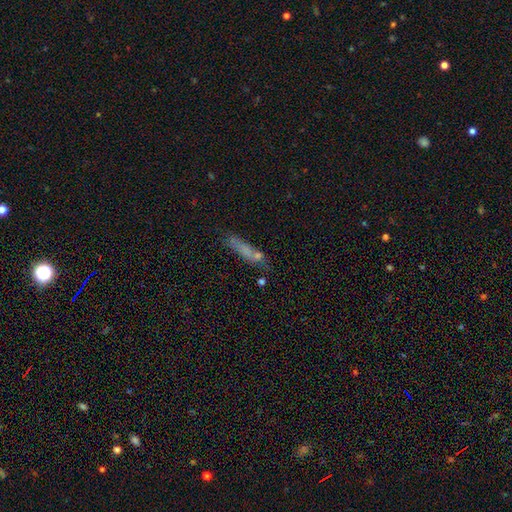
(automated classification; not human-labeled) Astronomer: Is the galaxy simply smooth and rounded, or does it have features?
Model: smooth — 53%.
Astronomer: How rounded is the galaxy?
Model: cigar-shaped — 82%.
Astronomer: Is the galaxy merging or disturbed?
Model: none — 69%.